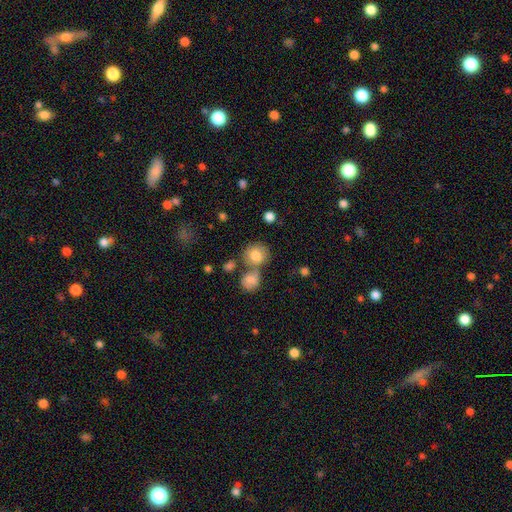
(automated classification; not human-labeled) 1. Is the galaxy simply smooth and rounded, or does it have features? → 80% smooth, 11% featured or disk, 9% star or artifact.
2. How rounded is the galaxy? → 78% round, 21% in between, 1% cigar-shaped.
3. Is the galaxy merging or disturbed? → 53% none, 30% merger, 12% minor disturbance, 5% major disturbance.